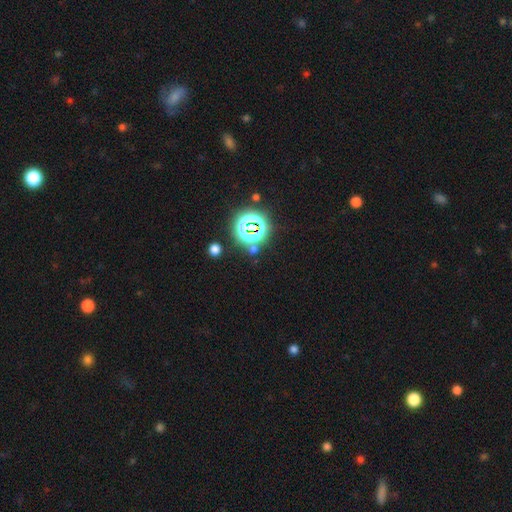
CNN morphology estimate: A star or artifact, not a galaxy (83%).